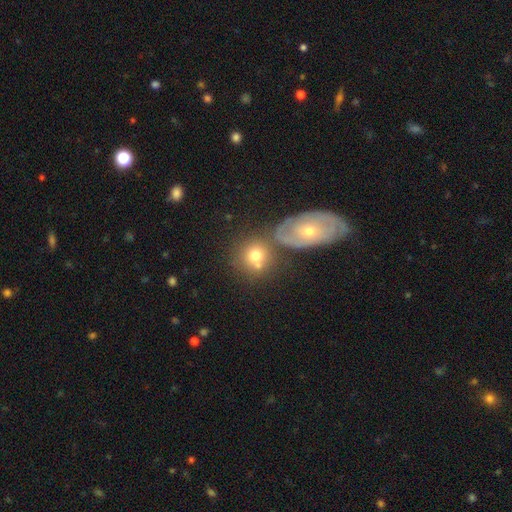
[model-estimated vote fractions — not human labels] A smooth galaxy with no disk features (67%) that is round (79%). Merging: none (45%).